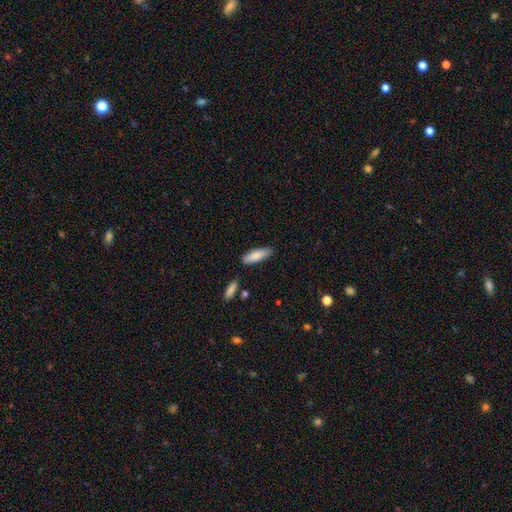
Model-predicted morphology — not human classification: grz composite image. It shows a smooth galaxy with no disk features (83%) that is in between round and cigar-shaped (50%). Merging: none (82%).